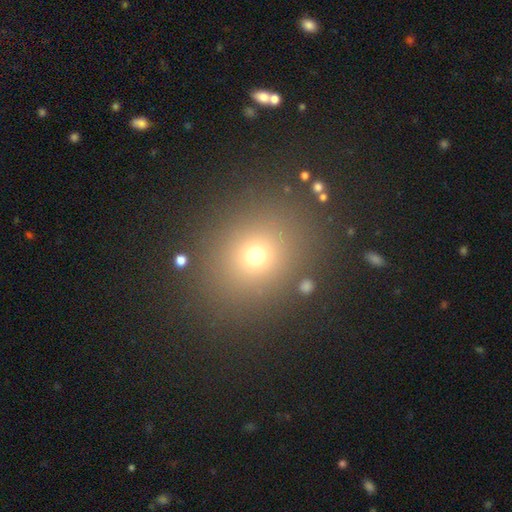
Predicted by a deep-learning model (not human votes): smooth 68%, star or artifact 23%, featured or disk 9%. Down the decision tree: how rounded — round (75%); merging — none (85%).